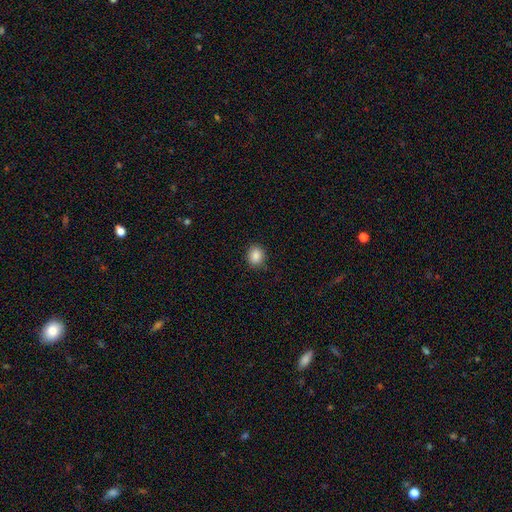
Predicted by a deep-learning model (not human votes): A smooth galaxy with no disk features (87%) that is round (75%).

Vote fractions:
- Smooth or featured? smooth: 87% / star or artifact: 9% / featured or disk: 4%
- How rounded? round: 75% / in between: 24% / cigar-shaped: 1%
- Merging? none: 89% / minor disturbance: 8% / major disturbance: 2% / merger: 1%